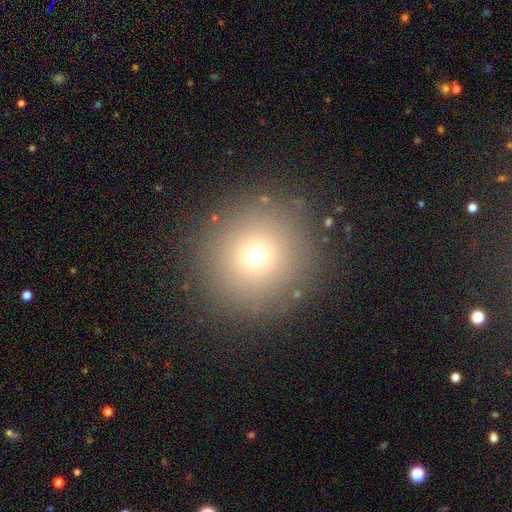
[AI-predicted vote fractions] Smooth or featured? smooth (68%)
How rounded? round (95%)
Merging? none (89%)